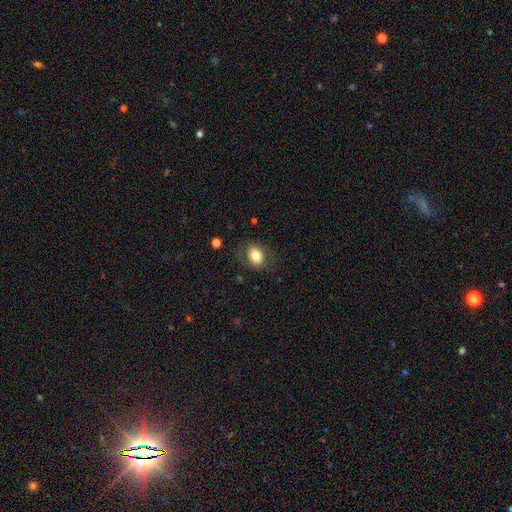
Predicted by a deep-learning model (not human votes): A smooth galaxy with no disk features (78%) that is in between round and cigar-shaped (65%).

Vote fractions:
- Smooth or featured? smooth: 78% / featured or disk: 13% / star or artifact: 9%
- How rounded? in between: 65% / round: 34% / cigar-shaped: 1%
- Merging? none: 78% / minor disturbance: 15% / major disturbance: 6% / merger: 1%